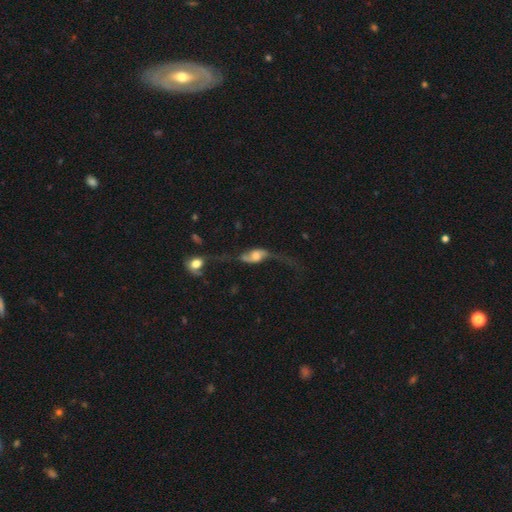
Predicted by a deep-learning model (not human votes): A featured or disk galaxy (73%) with no bar (57%), 2 (89%) loose (89%) spiral arms (87%) and a moderate central bulge (48%).

Vote fractions:
- Smooth or featured? featured or disk: 73% / smooth: 20% / star or artifact: 8%
- Edge-on disk? no: 86% / yes: 14%
- Bar? no: 57% / weak: 32% / strong: 11%
- Spiral arms? yes: 87% / no: 13%
- Spiral winding? loose: 89% / medium: 8% / tight: 3%
- Spiral arm count? 2: 89% / 1: 5% / can't tell: 3% / 3: 1% / 4: 1% / more than 4: 1%
- Bulge size? moderate: 48% / large: 25% / small: 17% / none: 6% / dominant: 4%
- Merging? major disturbance: 32% (tied) / none: 32% (tied) / merger: 20% / minor disturbance: 16%